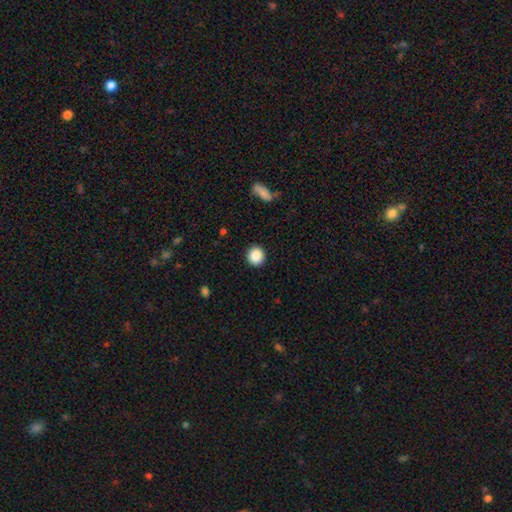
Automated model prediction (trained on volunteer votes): Smooth or featured?
  - smooth: 88% *
  - star or artifact: 9%
  - featured or disk: 3%
How rounded?
  - round: 90% *
  - in between: 9%
  - cigar-shaped: 1%
Merging?
  - none: 91% *
  - minor disturbance: 6%
  - major disturbance: 2%
  - merger: 1%